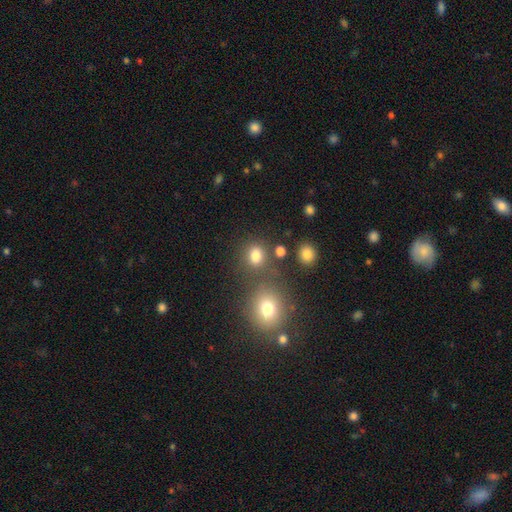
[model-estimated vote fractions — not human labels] smooth 78%, star or artifact 16%, featured or disk 6%. Down the decision tree: how rounded — round (66%); merging — none (68%).